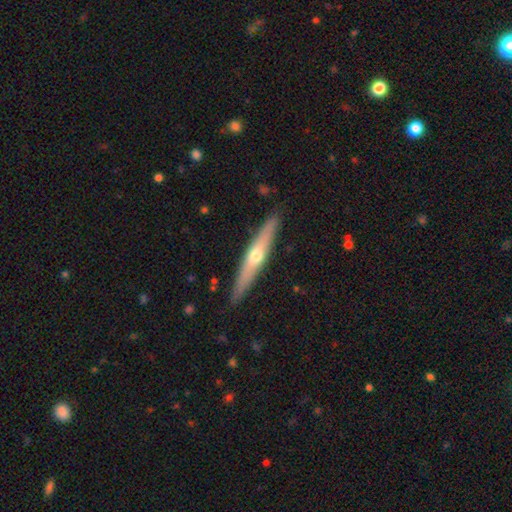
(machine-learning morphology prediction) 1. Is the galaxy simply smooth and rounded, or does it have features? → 58% featured or disk, 37% smooth, 5% star or artifact.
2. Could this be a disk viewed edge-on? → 93% yes, 7% no.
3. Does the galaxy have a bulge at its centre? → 85% rounded, 13% none, 2% boxy.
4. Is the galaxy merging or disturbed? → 90% none, 8% minor disturbance, 2% major disturbance, 1% merger.